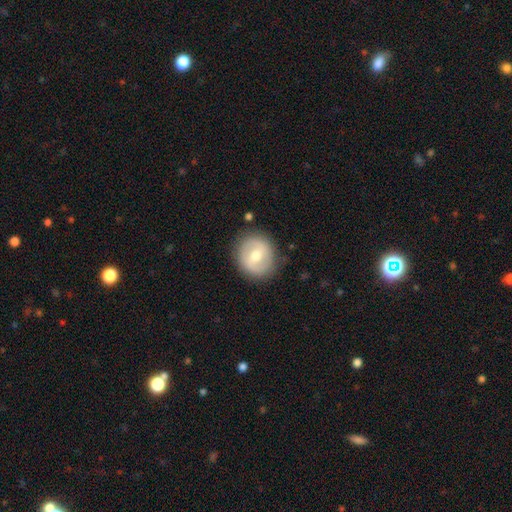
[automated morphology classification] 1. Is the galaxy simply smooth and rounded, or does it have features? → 50% featured or disk, 44% smooth, 6% star or artifact.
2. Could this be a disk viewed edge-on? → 96% no, 4% yes.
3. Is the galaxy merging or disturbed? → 84% none, 11% minor disturbance, 4% major disturbance, 1% merger.